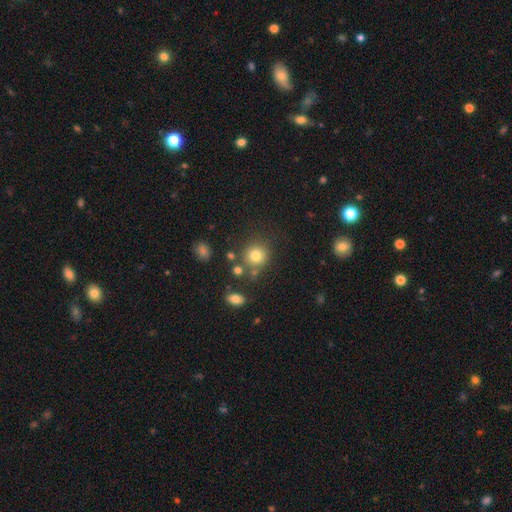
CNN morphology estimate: The model was most divided on "smooth or featured": smooth: 78%, star or artifact: 13%, featured or disk: 9%. More confident: how rounded — round (89%); merging — none (75%).